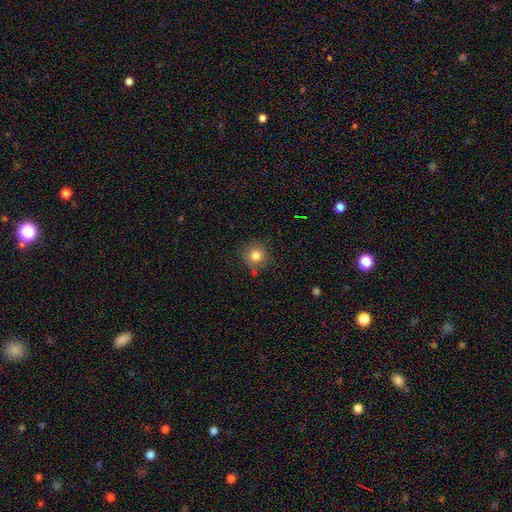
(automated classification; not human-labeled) Smooth or featured?
  - smooth: 81% *
  - star or artifact: 12%
  - featured or disk: 7%
How rounded?
  - round: 92% *
  - in between: 7%
  - cigar-shaped: 1%
Merging?
  - none: 79% *
  - minor disturbance: 14%
  - merger: 3%
  - major disturbance: 3%